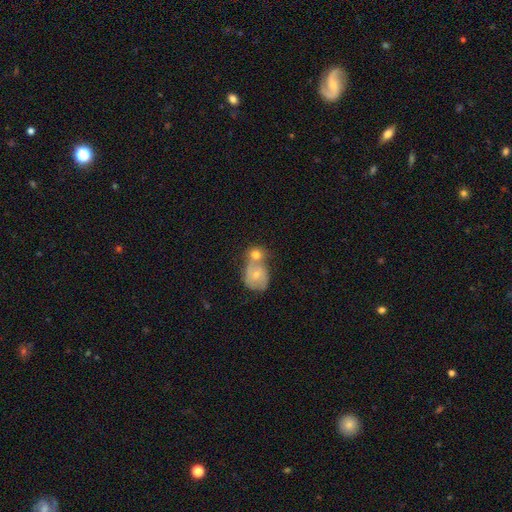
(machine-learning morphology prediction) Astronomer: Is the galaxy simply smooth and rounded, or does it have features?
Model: smooth — 56% (runner-up: featured or disk, 34%).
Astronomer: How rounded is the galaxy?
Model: round — 70%.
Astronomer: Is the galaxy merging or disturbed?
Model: merger — 56%.